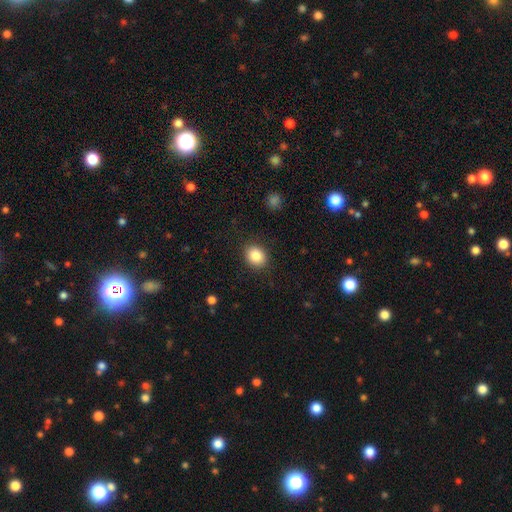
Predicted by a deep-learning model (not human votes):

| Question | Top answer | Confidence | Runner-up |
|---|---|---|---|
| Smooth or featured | smooth | 87% | star or artifact (9%) |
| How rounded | round | 57% | in between (42%) |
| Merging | none | 88% | minor disturbance (8%) |